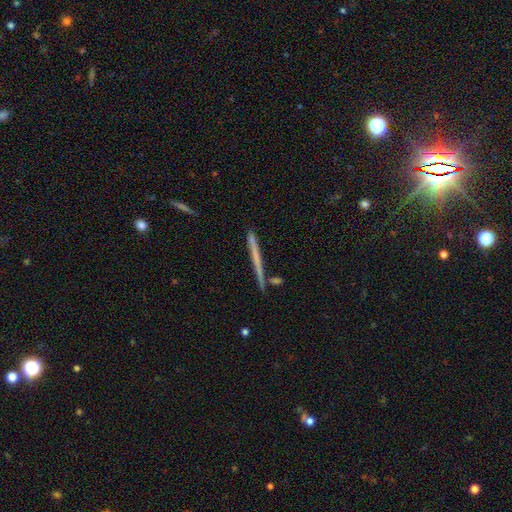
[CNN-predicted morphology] smooth_or_featured: smooth (p=0.49) [alt: featured or disk p=0.45]
merging: none (p=0.85) [alt: minor disturbance p=0.09]